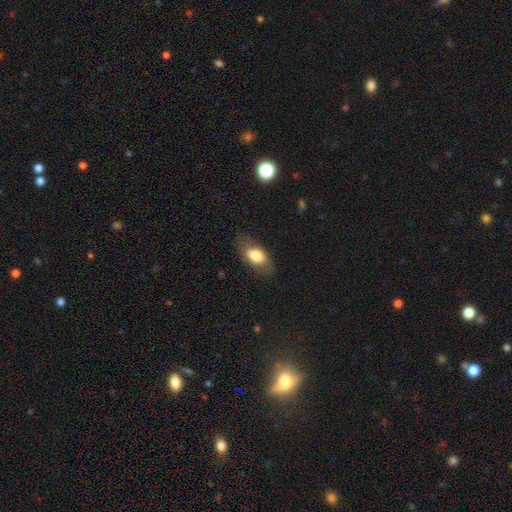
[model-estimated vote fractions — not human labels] Overall: smooth (74%). How rounded: in between (88%). Merging: none (76%).